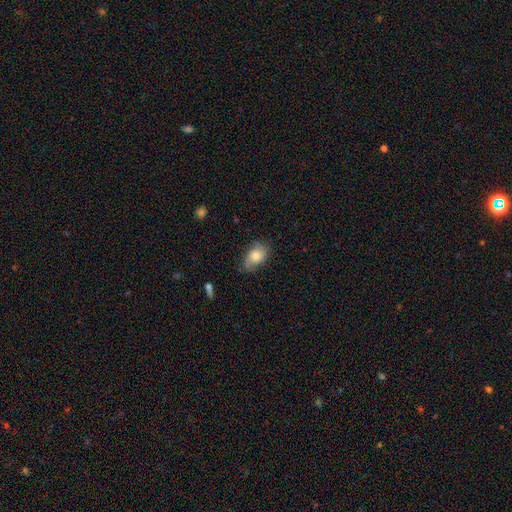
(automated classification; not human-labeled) smooth_or_featured: smooth (p=0.65) [alt: featured or disk p=0.27]
how_rounded: in between (p=0.83) [alt: round p=0.16]
merging: none (p=0.65) [alt: minor disturbance p=0.27]